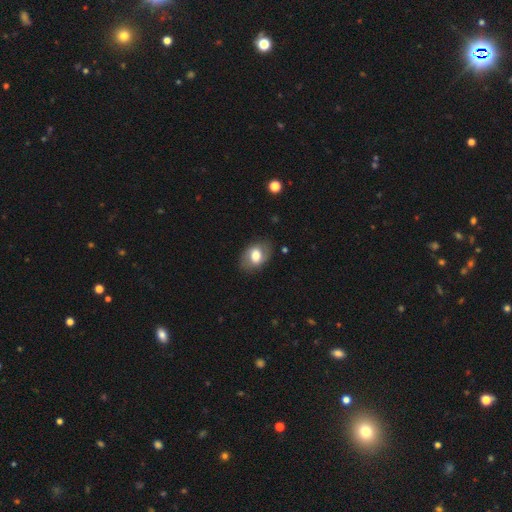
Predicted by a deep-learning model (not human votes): Overall: smooth (64%; featured or disk 29%). How rounded: in between (81%). Merging: none (78%).